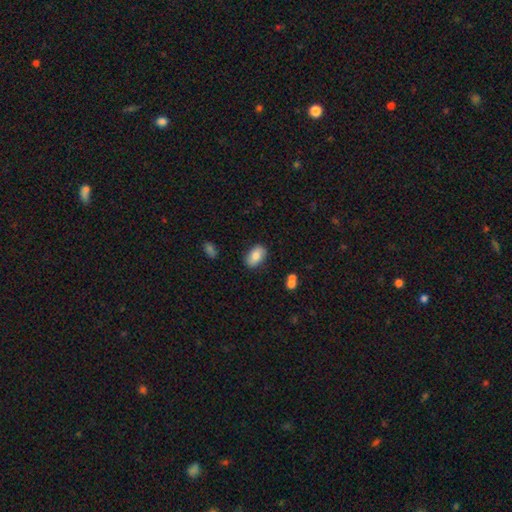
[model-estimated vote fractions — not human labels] Smooth or featured: smooth — 79% (featured or disk — 14%)
How rounded: in between — 92% (round — 6%)
Merging: none — 83% (minor disturbance — 12%)